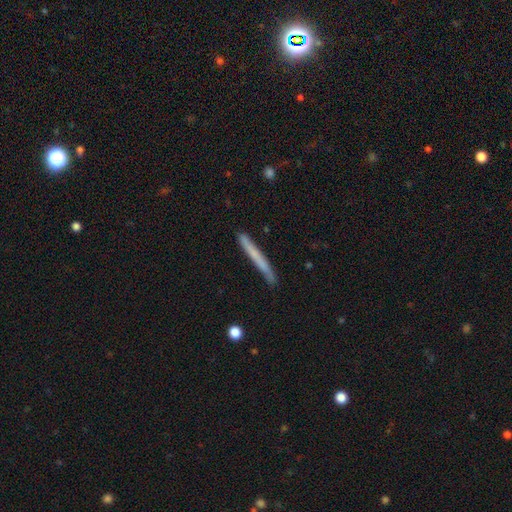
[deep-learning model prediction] Smooth or featured? smooth (59%)
How rounded? cigar-shaped (97%)
Merging? none (86%)